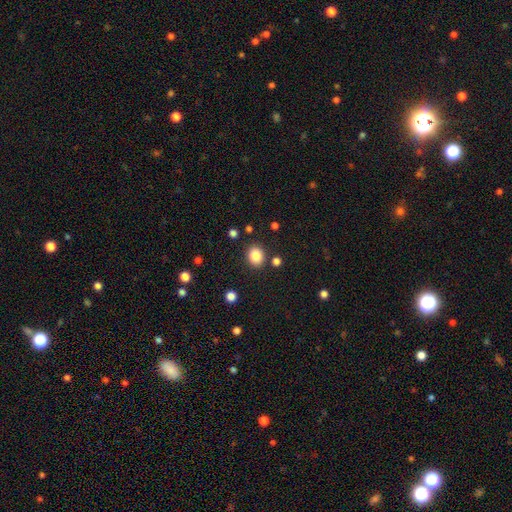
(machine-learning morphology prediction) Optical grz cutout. It shows a smooth galaxy with no disk features (85%) that is round (70%). Merging: none (87%).